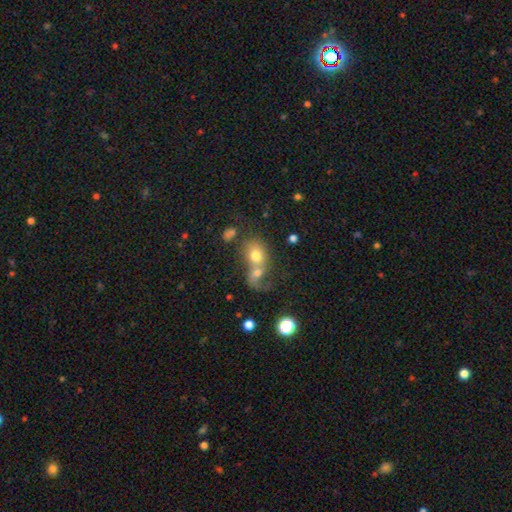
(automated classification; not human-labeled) Q: Smooth or featured?
A: smooth (66%); runner-up: featured or disk (22%)
Q: How rounded?
A: round (52%); runner-up: in between (47%)
Q: Merging?
A: merger (70%); runner-up: none (16%)